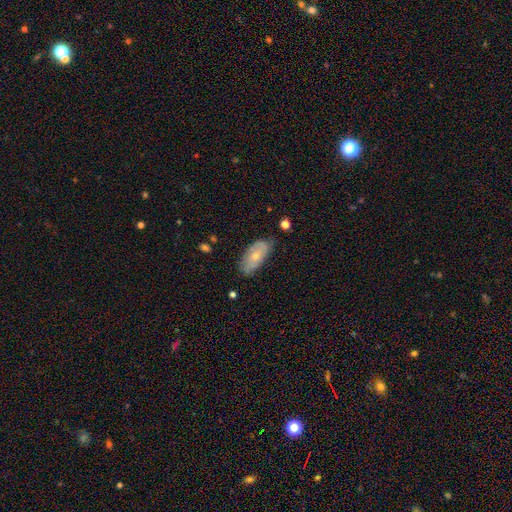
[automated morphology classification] Q: Smooth or featured?
A: smooth (47%); tied with: featured or disk (47%)
Q: Merging?
A: none (69%); runner-up: minor disturbance (24%)